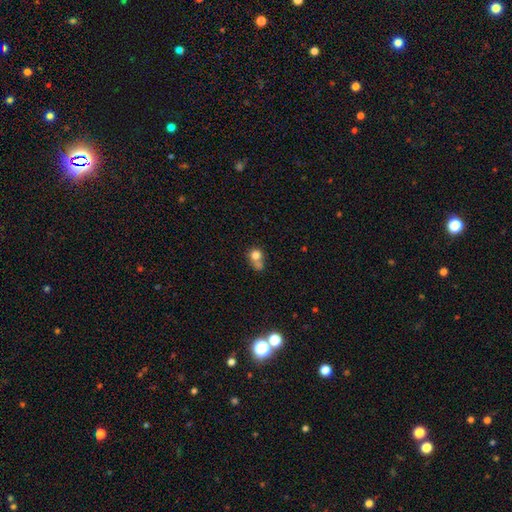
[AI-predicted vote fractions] Smooth or featured?
  - smooth: 75% *
  - featured or disk: 14%
  - star or artifact: 11%
How rounded?
  - round: 75% *
  - in between: 24%
  - cigar-shaped: 1%
Merging?
  - merger: 44% *
  - none: 34%
  - minor disturbance: 14%
  - major disturbance: 8%